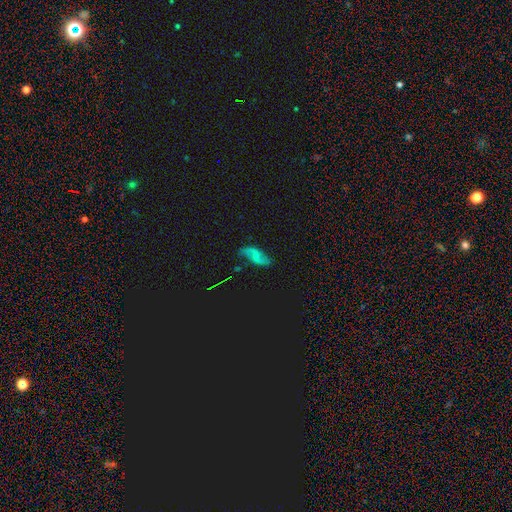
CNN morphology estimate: Smooth or featured: featured or disk — 70% (smooth — 18%)
Edge-on disk: no — 95% (yes — 5%)
Bar: weak — 50% (no — 34%)
Spiral arms: yes — 92% (no — 8%)
Spiral winding: loose — 74% (medium — 20%)
Spiral arm count: 2 — 91% (can't tell — 4%)
Bulge size: small — 43% (none — 36%)
Merging: none — 69% (minor disturbance — 19%)